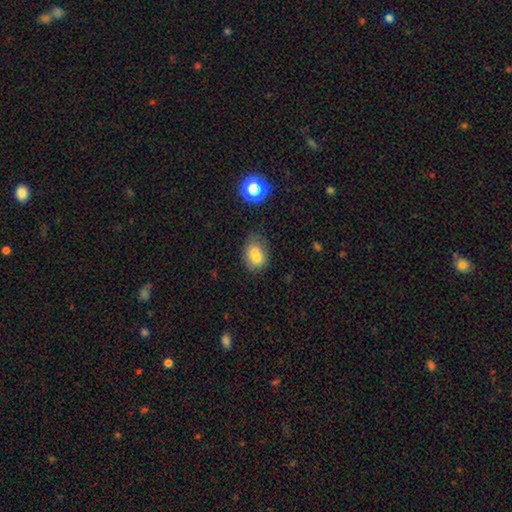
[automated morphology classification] smooth-or-featured: smooth: 76% | featured or disk: 12% | star or artifact: 11%
  how-rounded: in between: 65% | round: 33% | cigar-shaped: 1%
  merging: none: 50% | minor disturbance: 22% | merger: 20% | major disturbance: 7%